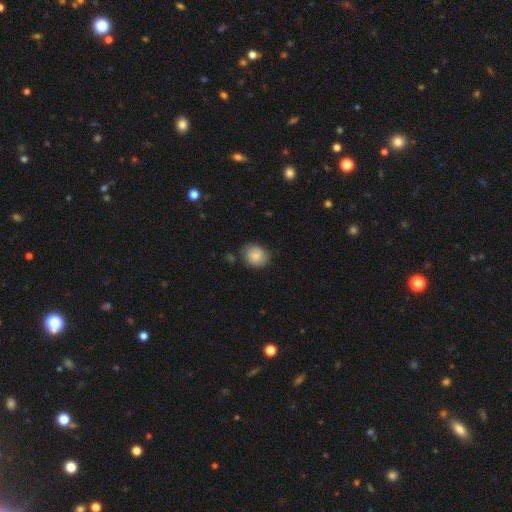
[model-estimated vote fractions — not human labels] Smooth or featured? smooth (85%)
How rounded? round (66%)
Merging? none (75%)